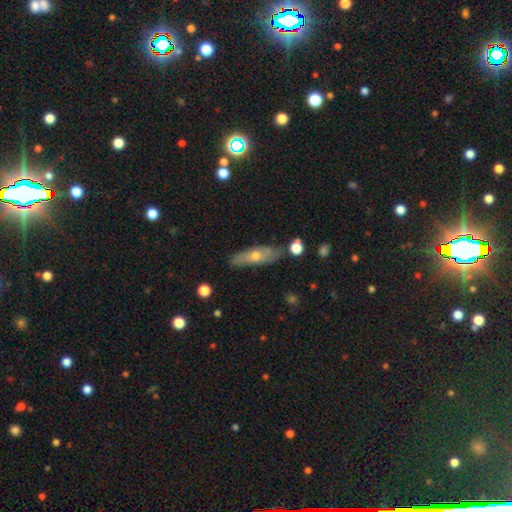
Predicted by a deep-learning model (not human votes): This is possibly a smooth galaxy (52%). How rounded: possibly cigar-shaped (57%). Merging: likely none (77%).